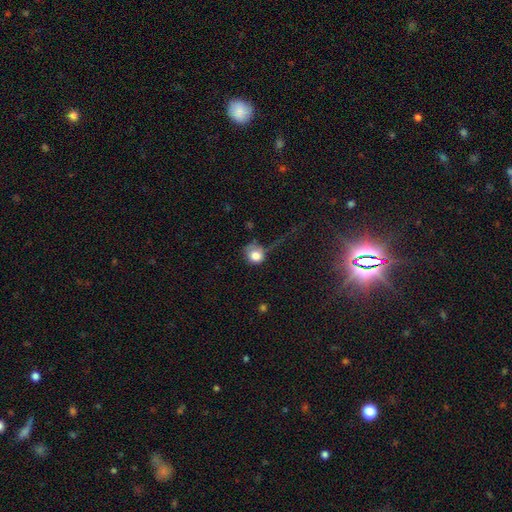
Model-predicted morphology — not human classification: smooth 76%, featured or disk 14%, star or artifact 10%. Down the decision tree: how rounded — round (77%); merging — none (35%).